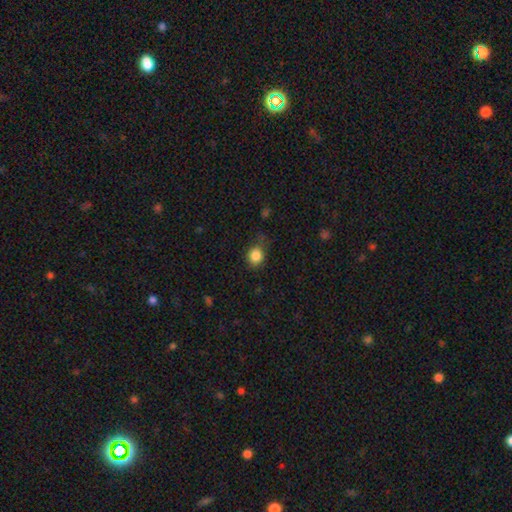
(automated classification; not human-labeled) This is clearly a smooth galaxy (85%). How rounded: likely round (69%). Merging: likely none (69%).